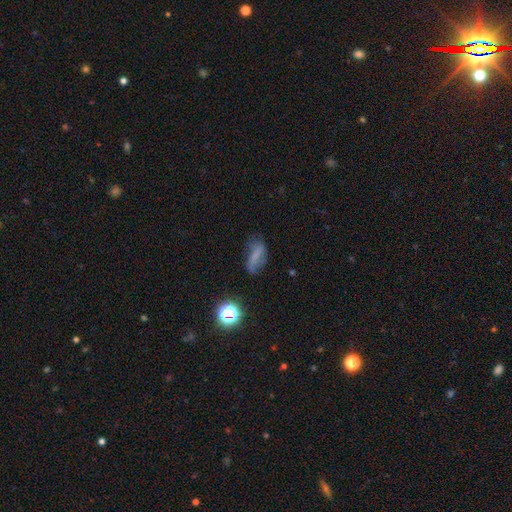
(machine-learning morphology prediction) Smooth or featured: smooth — 51% (featured or disk — 32%)
How rounded: in between — 69% (cigar-shaped — 22%)
Merging: none — 53% (minor disturbance — 27%)